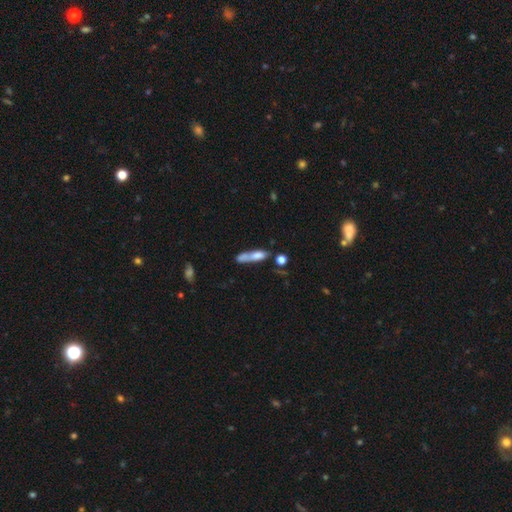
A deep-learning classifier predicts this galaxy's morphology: Q: Smooth or featured?
A: smooth (64%); runner-up: featured or disk (26%)
Q: How rounded?
A: cigar-shaped (67%); runner-up: in between (29%)
Q: Merging?
A: merger (35%); runner-up: none (32%)